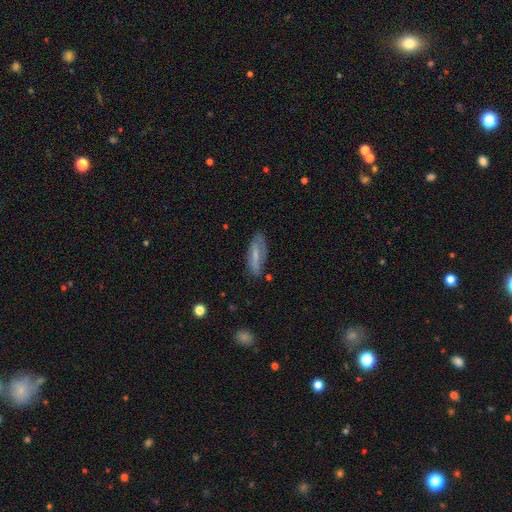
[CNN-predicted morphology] A smooth galaxy with no disk features (52%) that is in between round and cigar-shaped (56%).

Vote fractions:
- Smooth or featured? smooth: 52% / featured or disk: 40% / star or artifact: 8%
- How rounded? in between: 56% / cigar-shaped: 41% / round: 3%
- Merging? none: 71% / minor disturbance: 20% / major disturbance: 6% / merger: 2%